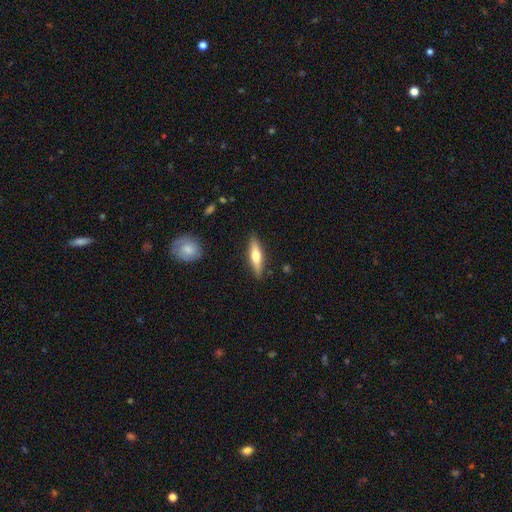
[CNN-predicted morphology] A smooth galaxy with no disk features (53%) that is cigar-shaped (69%).

Vote fractions:
- Smooth or featured? smooth: 53% / featured or disk: 41% / star or artifact: 6%
- How rounded? cigar-shaped: 69% / in between: 29% / round: 2%
- Merging? none: 87% / minor disturbance: 9% / major disturbance: 2% / merger: 2%